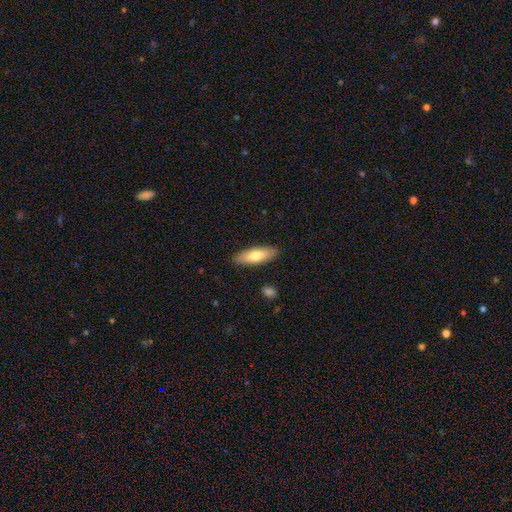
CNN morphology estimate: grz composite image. It shows a smooth galaxy with no disk features (72%) that is in between round and cigar-shaped (56%). Merging: none (88%).